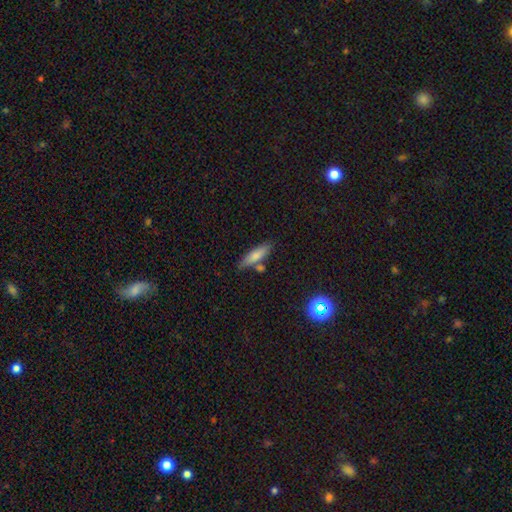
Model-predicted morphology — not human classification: smooth 76%, featured or disk 16%, star or artifact 8%. Down the decision tree: how rounded — cigar-shaped (61%); merging — none (67%).